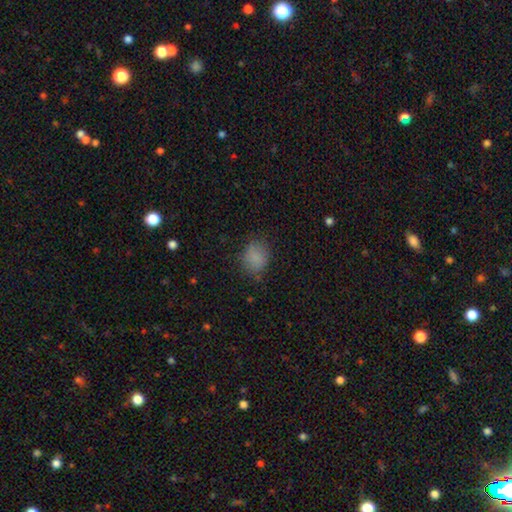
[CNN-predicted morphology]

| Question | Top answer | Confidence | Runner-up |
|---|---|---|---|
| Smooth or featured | smooth | 83% | star or artifact (10%) |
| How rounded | round | 57% | in between (42%) |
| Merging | none | 75% | minor disturbance (19%) |